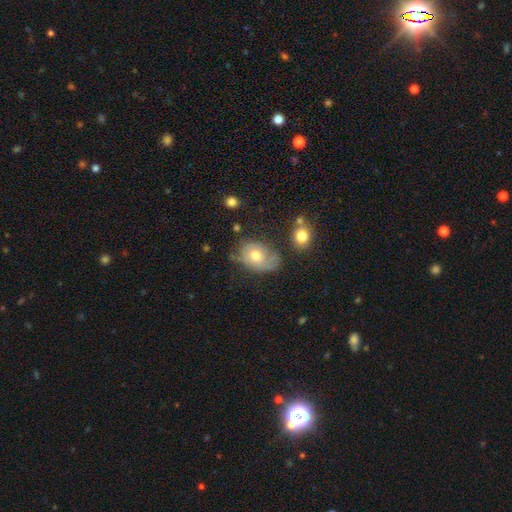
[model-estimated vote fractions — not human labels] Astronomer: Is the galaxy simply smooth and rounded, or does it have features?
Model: smooth — 59%.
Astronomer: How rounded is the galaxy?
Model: in between — 76%.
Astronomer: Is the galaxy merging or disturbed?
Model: none — 46% (runner-up: minor disturbance, 32%).